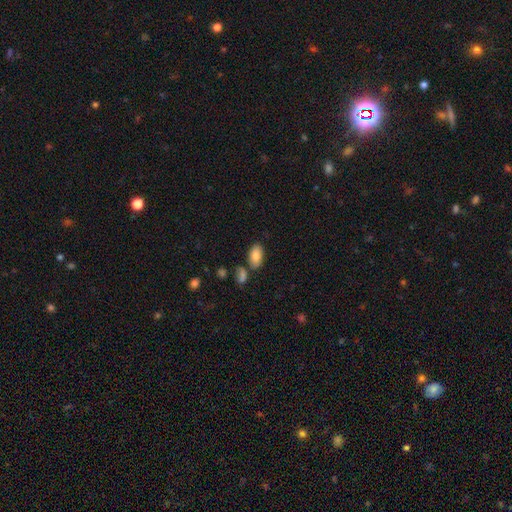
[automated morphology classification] The model was most divided on "merging": none: 75%, minor disturbance: 13%, merger: 9%, major disturbance: 3%. More confident: how rounded — in between (94%); smooth or featured — smooth (84%).